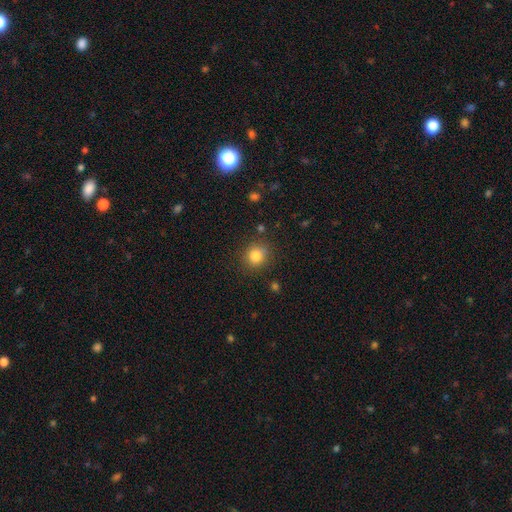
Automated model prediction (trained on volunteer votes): smooth_or_featured: smooth (p=0.83) [alt: star or artifact p=0.11]
how_rounded: round (p=0.81) [alt: in between p=0.18]
merging: none (p=0.84) [alt: minor disturbance p=0.10]